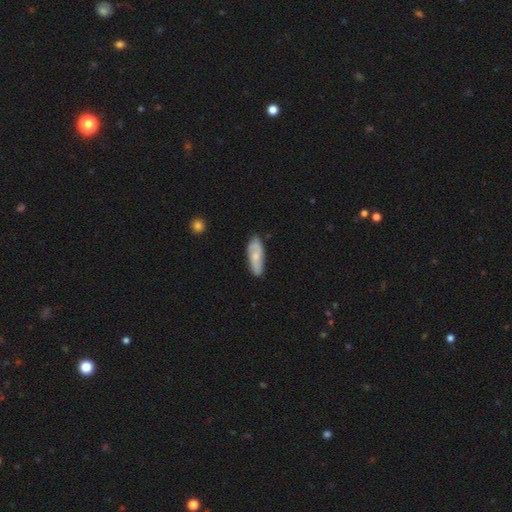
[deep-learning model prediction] Q: Smooth or featured?
A: smooth (50%); runner-up: featured or disk (44%)
Q: Merging?
A: none (77%); runner-up: minor disturbance (18%)